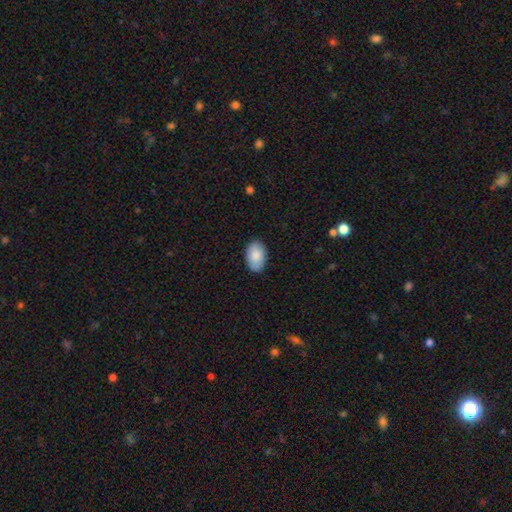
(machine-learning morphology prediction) Q: Smooth or featured?
A: smooth (87%); runner-up: featured or disk (7%)
Q: How rounded?
A: in between (91%); runner-up: round (8%)
Q: Merging?
A: none (86%); runner-up: minor disturbance (11%)